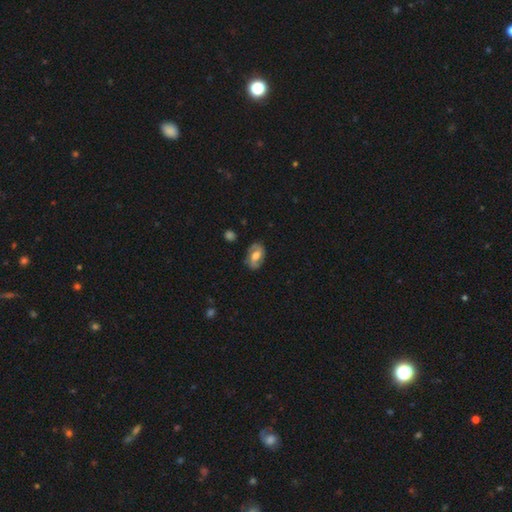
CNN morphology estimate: Smooth or featured: featured or disk — 56% (smooth — 37%)
Edge-on disk: no — 94% (yes — 6%)
Bar: weak — 42% (no — 33%)
Spiral arms: yes — 72% (no — 28%)
Bulge size: moderate — 63% (large — 22%)
Merging: none — 78% (minor disturbance — 16%)